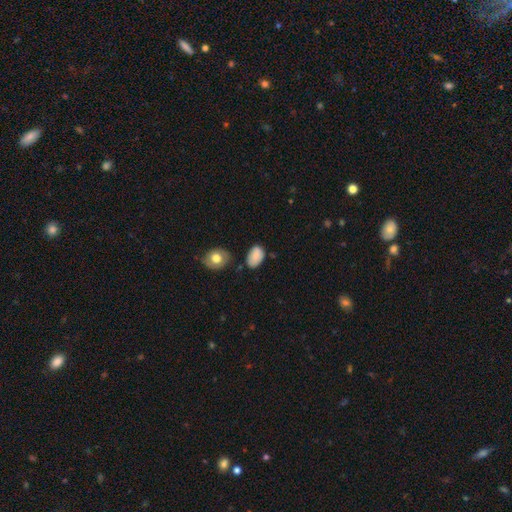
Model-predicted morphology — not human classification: smooth-or-featured: smooth: 84% | star or artifact: 9% | featured or disk: 8%
  how-rounded: in between: 89% | round: 10% | cigar-shaped: 1%
  merging: none: 67% | minor disturbance: 23% | major disturbance: 5% | merger: 5%